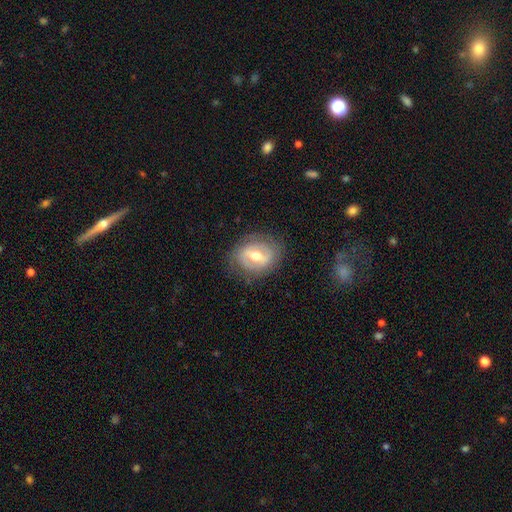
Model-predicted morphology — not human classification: The model was most divided on "bar": strong: 45%, weak: 40%, no: 15%. More confident: edge-on disk — no (94%); merging — none (78%); bulge size — moderate (74%); smooth or featured — featured or disk (70%); spiral arms — yes (59%).